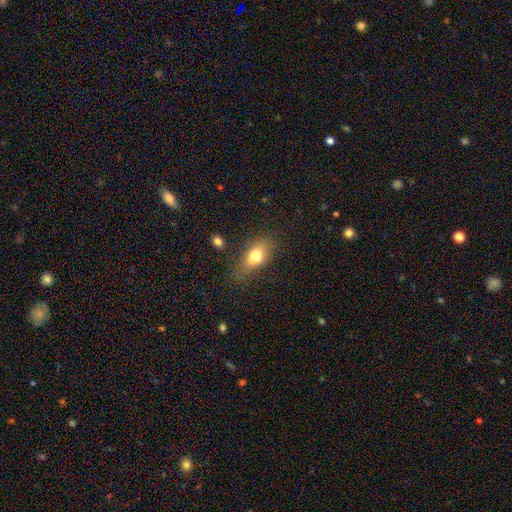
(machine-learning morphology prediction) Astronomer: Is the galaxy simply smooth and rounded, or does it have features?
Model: smooth — 74%.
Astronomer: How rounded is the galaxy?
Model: in between — 81%.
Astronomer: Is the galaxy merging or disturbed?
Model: none — 67%.